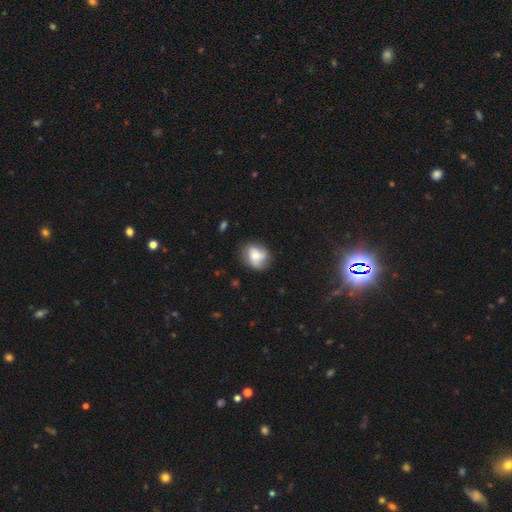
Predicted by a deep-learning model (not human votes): This is likely a smooth galaxy (69%). How rounded: possibly round (50%). Merging: likely none (62%).